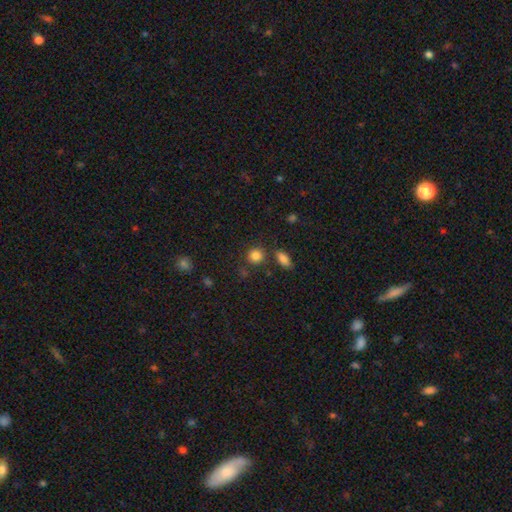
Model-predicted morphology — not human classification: This is clearly a smooth galaxy (85%). How rounded: clearly round (83%). Merging: likely none (78%).